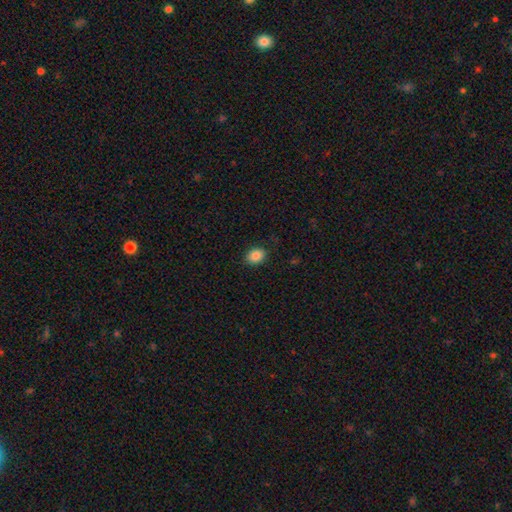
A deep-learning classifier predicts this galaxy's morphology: The model was most divided on "how rounded": in between: 60%, round: 39%, cigar-shaped: 1%. More confident: merging — none (89%); smooth or featured — smooth (86%).